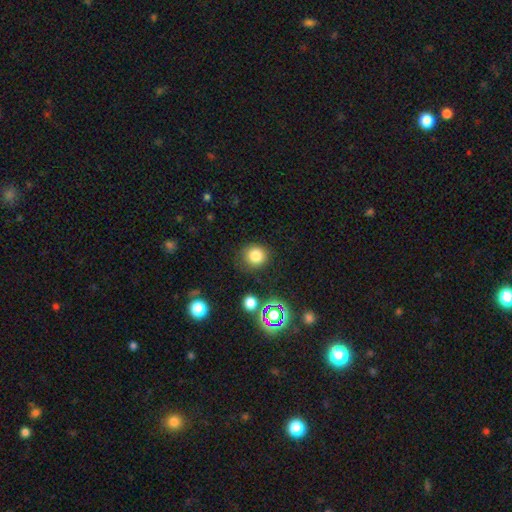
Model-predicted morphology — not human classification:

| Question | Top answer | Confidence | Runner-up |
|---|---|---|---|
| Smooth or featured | smooth | 81% | star or artifact (13%) |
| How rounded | round | 89% | in between (10%) |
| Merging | none | 84% | minor disturbance (10%) |